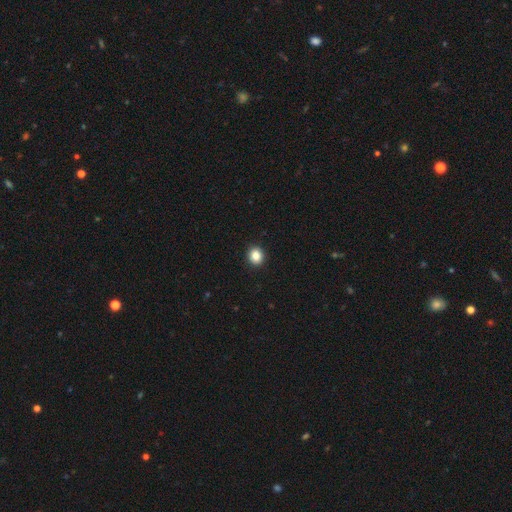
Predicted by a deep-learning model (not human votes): smooth 86%, star or artifact 10%, featured or disk 4%. Down the decision tree: how rounded — round (80%); merging — none (93%).